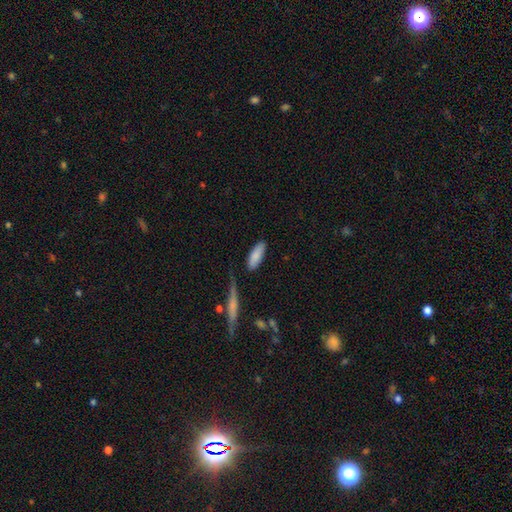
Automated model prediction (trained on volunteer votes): smooth 85%, featured or disk 9%, star or artifact 6%. Down the decision tree: how rounded — in between (69%); merging — none (76%).